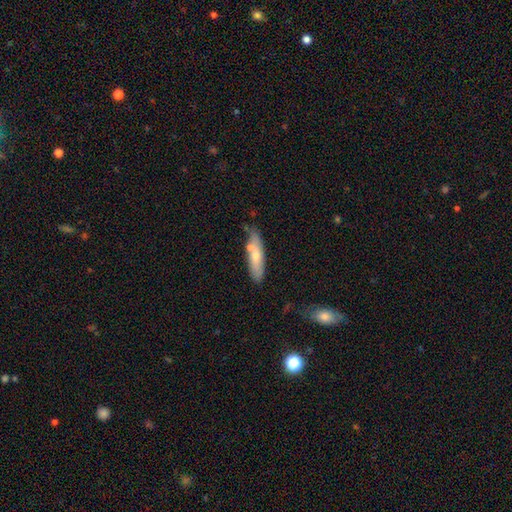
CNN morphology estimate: Overall: smooth (61%; featured or disk 33%). How rounded: cigar-shaped (65%; in between 33%). Merging: none (68%).